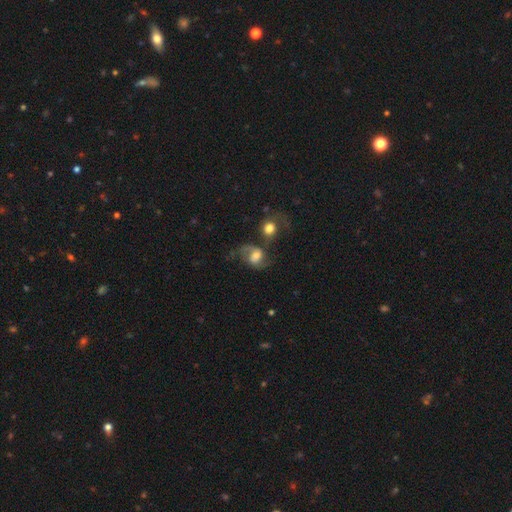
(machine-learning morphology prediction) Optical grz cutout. It shows a featured or disk galaxy (62%) with no bar (47%), 2 (81%) loose (55%) spiral arms (88%) and a moderate central bulge (48%). Merging: merger (34%, tied with none).